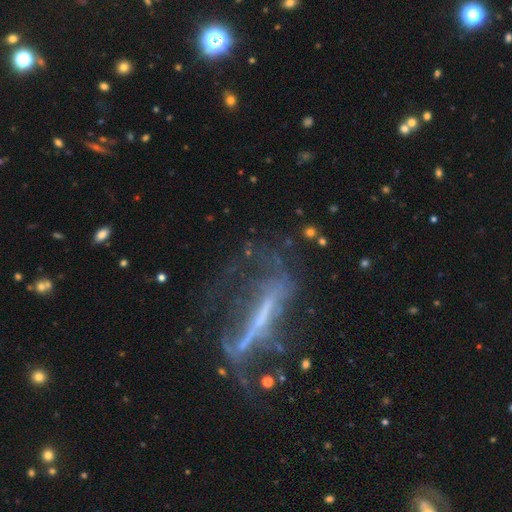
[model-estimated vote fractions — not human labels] smooth_or_featured: featured or disk (p=0.71) [alt: smooth p=0.16]
disk_edge_on: no (p=0.55) [alt: yes p=0.45]
merging: none (p=0.42) [alt: major disturbance p=0.33]